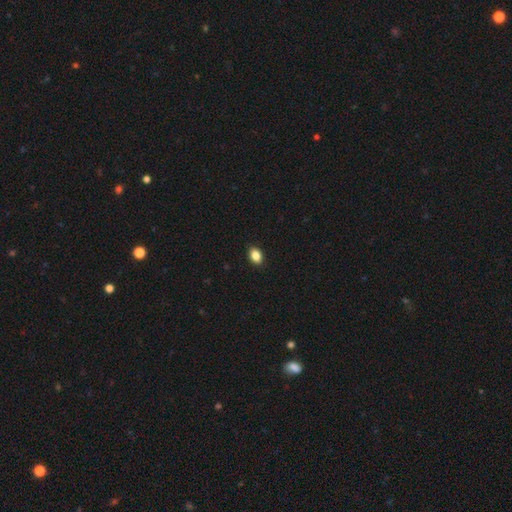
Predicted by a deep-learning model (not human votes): The model was most divided on "how rounded": in between: 76%, round: 23%, cigar-shaped: 1%. More confident: merging — none (90%); smooth or featured — smooth (87%).